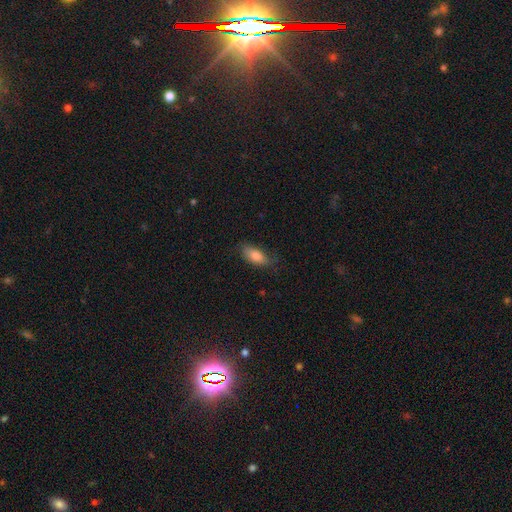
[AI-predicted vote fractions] Overall: smooth (81%). How rounded: in between (83%). Merging: none (70%).